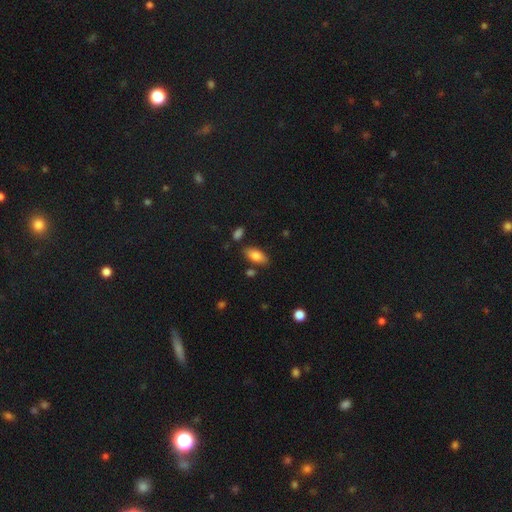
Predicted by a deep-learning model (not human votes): smooth_or_featured: smooth (p=0.81) [alt: featured or disk p=0.12]
how_rounded: in between (p=0.89) [alt: cigar-shaped p=0.08]
merging: none (p=0.81) [alt: minor disturbance p=0.12]